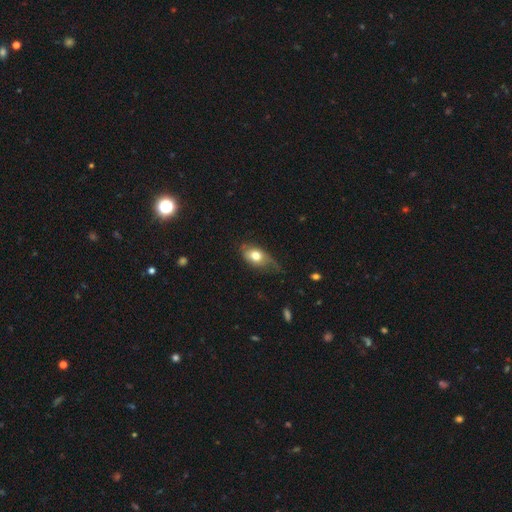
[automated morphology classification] type=smooth (69%); roundness=in between (82%); merging=none (41%).